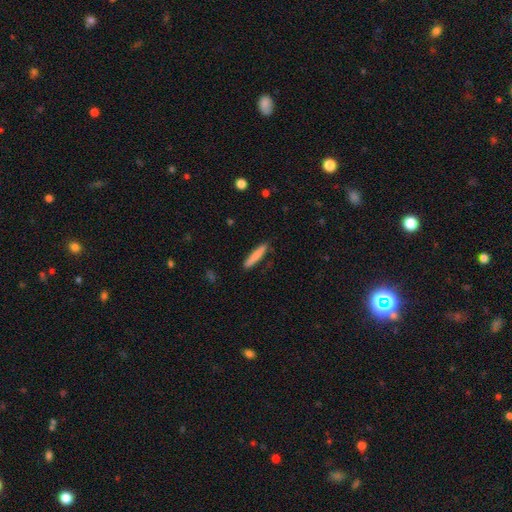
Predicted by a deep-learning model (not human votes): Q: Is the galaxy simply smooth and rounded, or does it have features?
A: smooth — 78%.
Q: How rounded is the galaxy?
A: cigar-shaped — 91%.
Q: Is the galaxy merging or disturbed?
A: none — 87%.